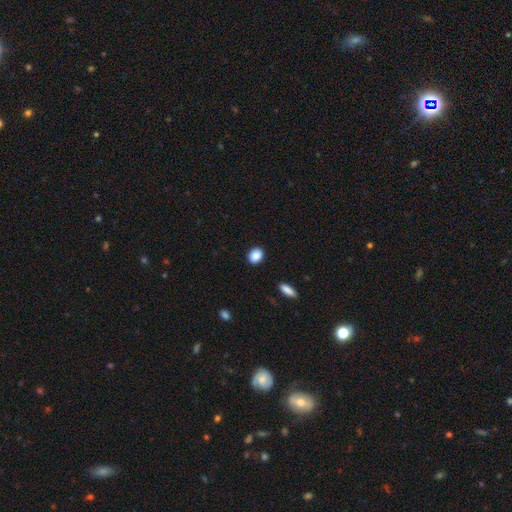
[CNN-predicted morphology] smooth_or_featured: smooth (p=0.89) [alt: star or artifact p=0.08]
how_rounded: round (p=0.53) [alt: in between p=0.45]
merging: none (p=0.90) [alt: minor disturbance p=0.07]